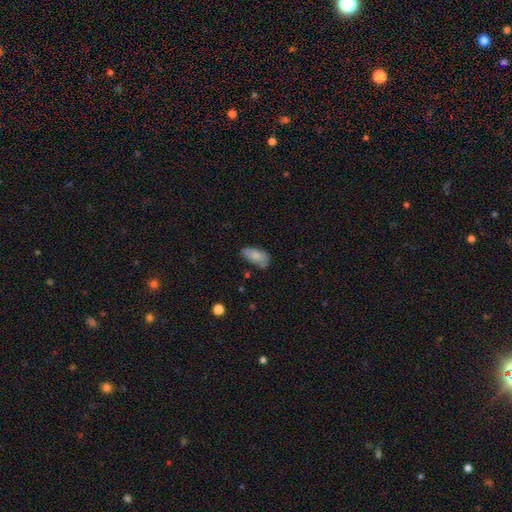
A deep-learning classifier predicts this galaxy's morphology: smooth 78%, featured or disk 14%, star or artifact 7%. Down the decision tree: how rounded — in between (91%); merging — none (56%).